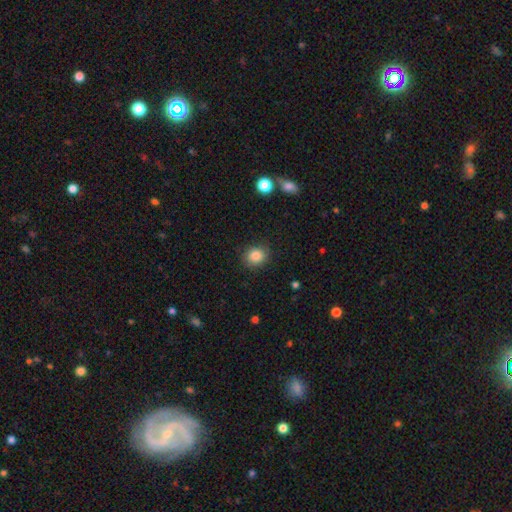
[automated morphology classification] Smooth or featured? Predicted: smooth (p=0.85). How rounded? Predicted: round (p=0.73). Merging? Predicted: none (p=0.85).